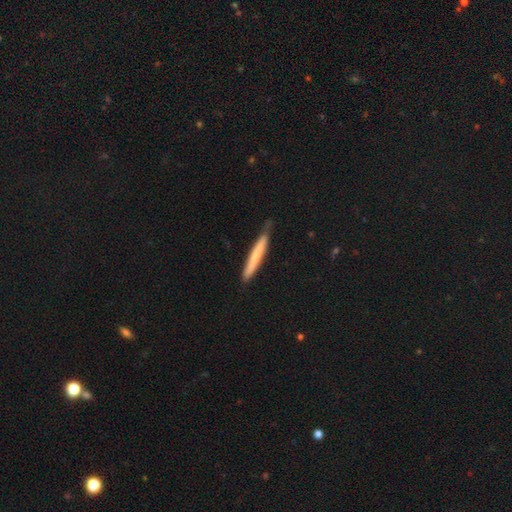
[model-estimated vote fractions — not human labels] This appears to be a smooth galaxy with no disk features (64%) that is cigar-shaped (96%). Merging: none (75%).